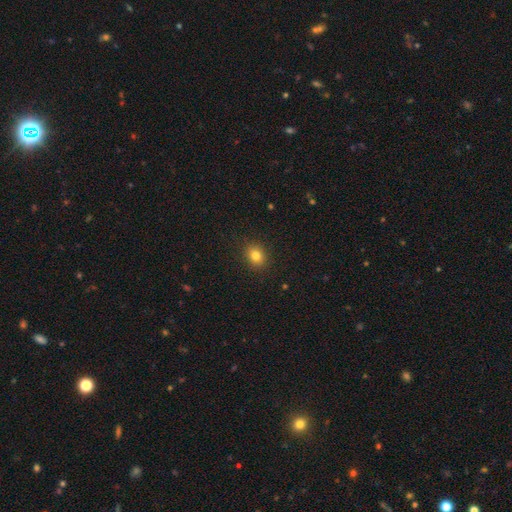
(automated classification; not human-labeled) smooth 82%, star or artifact 12%, featured or disk 6%. Down the decision tree: how rounded — round (57%); merging — none (90%).